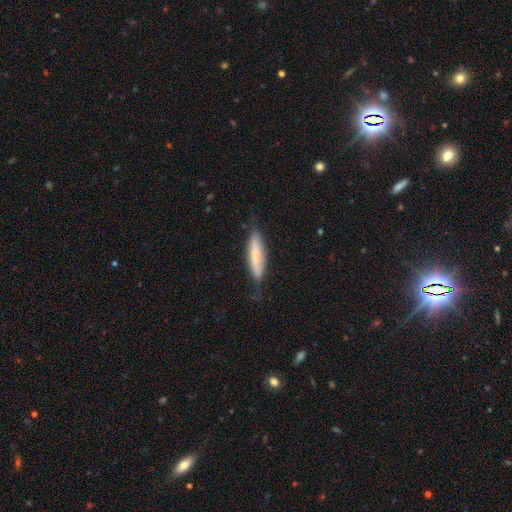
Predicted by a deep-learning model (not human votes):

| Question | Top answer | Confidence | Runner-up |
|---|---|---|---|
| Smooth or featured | smooth | 68% | featured or disk (26%) |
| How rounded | cigar-shaped | 78% | in between (20%) |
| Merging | none | 68% | minor disturbance (25%) |